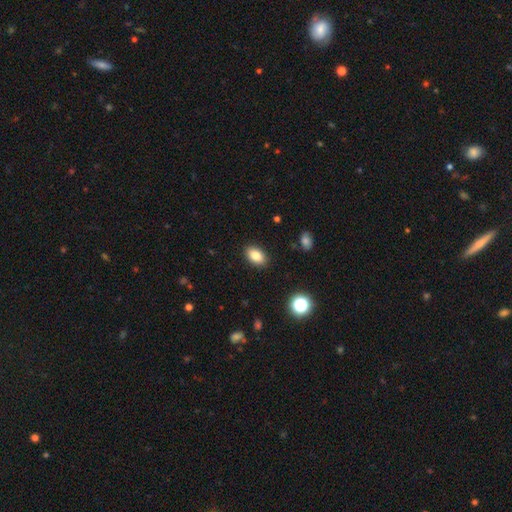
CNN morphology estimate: type=smooth (84%); roundness=in between (90%); merging=none (88%).